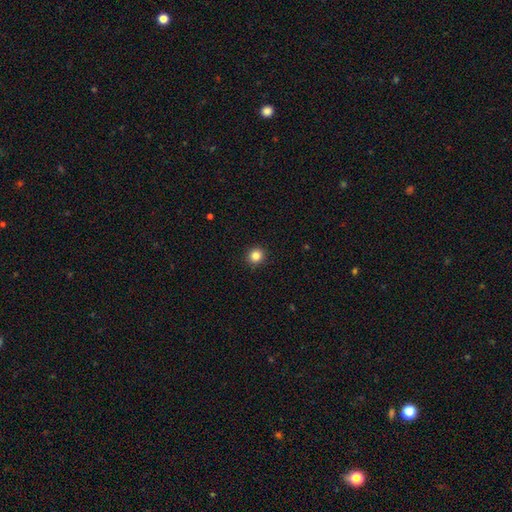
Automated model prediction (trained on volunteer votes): smooth 85%, star or artifact 11%, featured or disk 4%. Down the decision tree: how rounded — round (91%); merging — none (92%).